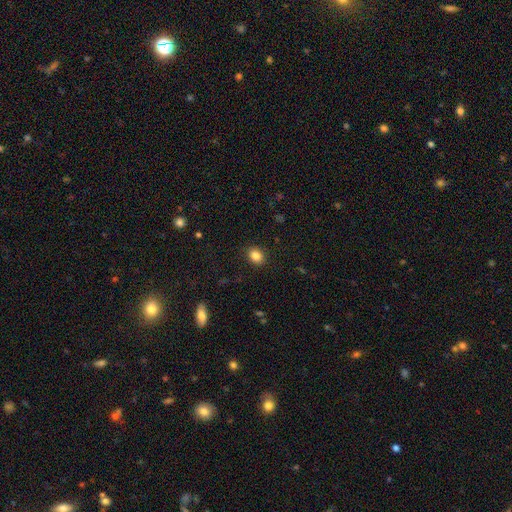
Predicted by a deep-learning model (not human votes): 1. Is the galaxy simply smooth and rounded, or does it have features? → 85% smooth, 10% star or artifact, 5% featured or disk.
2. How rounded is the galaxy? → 58% in between, 41% round, 1% cigar-shaped.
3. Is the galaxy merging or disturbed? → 89% none, 8% minor disturbance, 2% major disturbance, 1% merger.